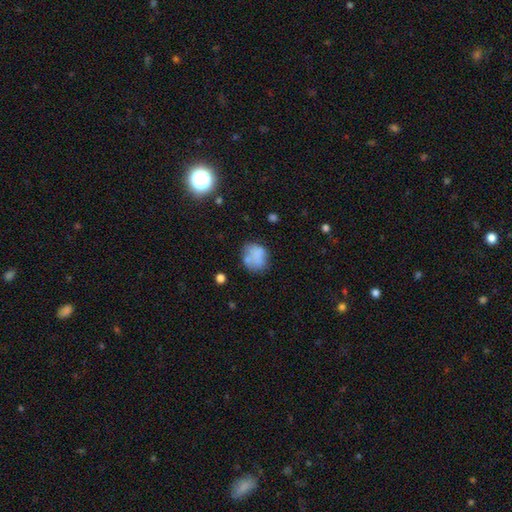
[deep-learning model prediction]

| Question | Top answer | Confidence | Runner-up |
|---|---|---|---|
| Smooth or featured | smooth | 70% | featured or disk (20%) |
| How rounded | round | 60% | in between (39%) |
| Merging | none | 53% | minor disturbance (23%) |